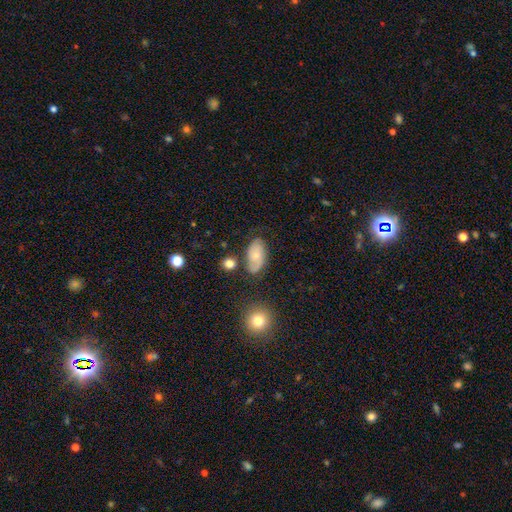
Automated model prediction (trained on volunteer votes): Smooth or featured? Predicted: smooth (p=0.49). Merging? Predicted: none (p=0.65).